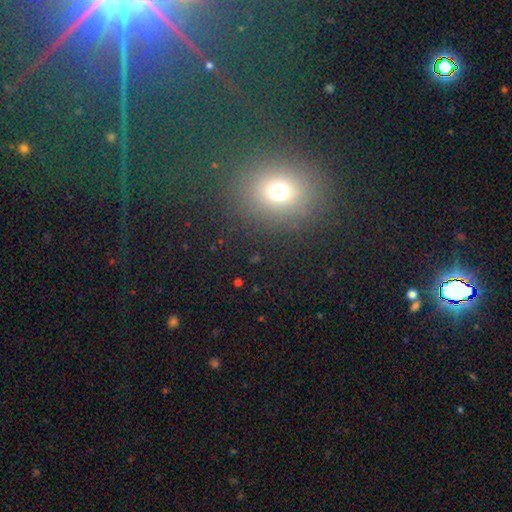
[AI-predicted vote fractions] Overall: smooth (49%; star or artifact 39%). Merging: none (88%).